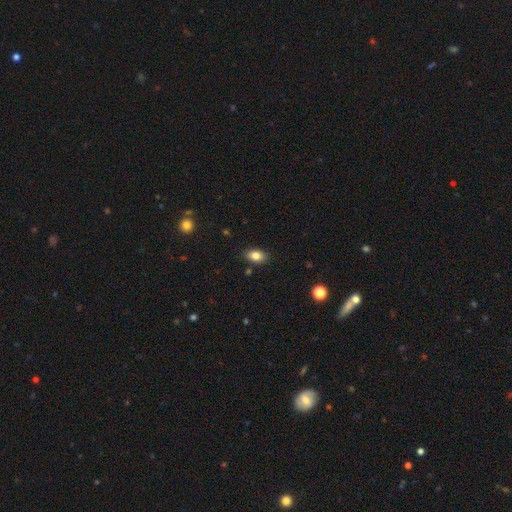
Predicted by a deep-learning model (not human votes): Smooth or featured: smooth — 83% (star or artifact — 9%)
How rounded: in between — 87% (round — 10%)
Merging: none — 86% (minor disturbance — 10%)